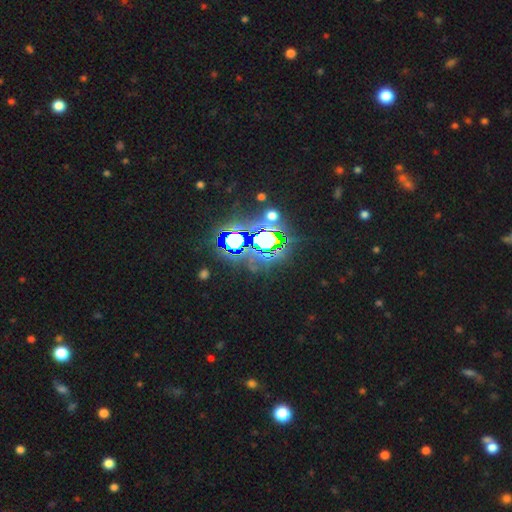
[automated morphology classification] A star or artifact, not a galaxy (81%).

Vote fractions:
- Smooth or featured? star or artifact: 81% / smooth: 12% / featured or disk: 7%